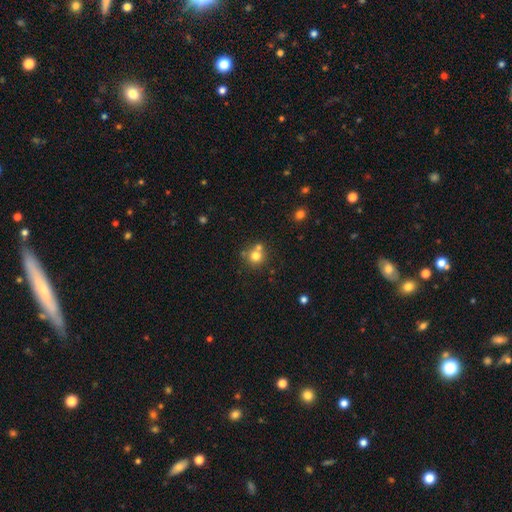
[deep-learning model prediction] This is likely a smooth galaxy (74%). How rounded: clearly round (90%). Merging: possibly none (57%).